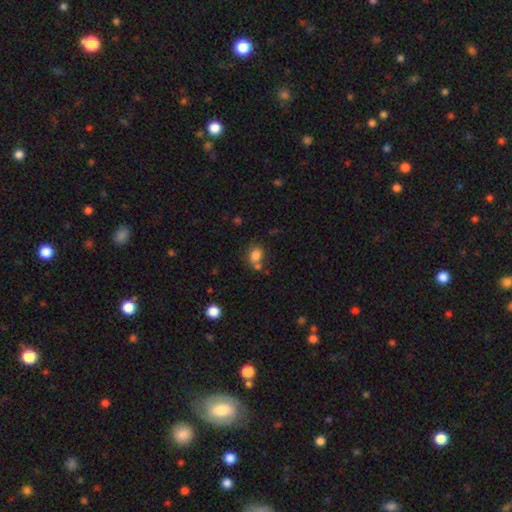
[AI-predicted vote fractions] Overall: smooth (81%). How rounded: round (57%; in between 42%). Merging: none (54%; merger 27%).